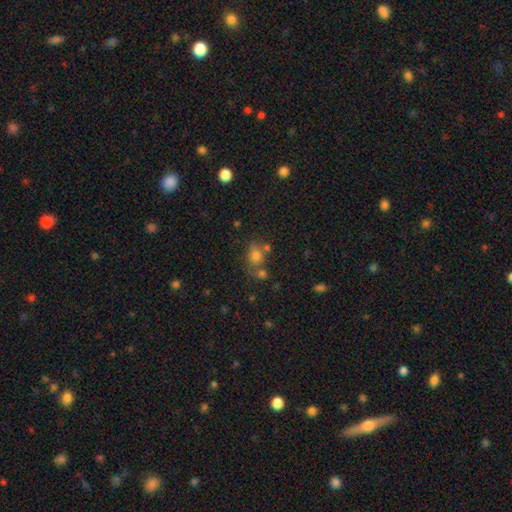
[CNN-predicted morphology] smooth_or_featured: smooth (p=0.67) [alt: star or artifact p=0.21]
how_rounded: round (p=0.54) [alt: in between p=0.43]
merging: none (p=0.50) [alt: merger p=0.24]